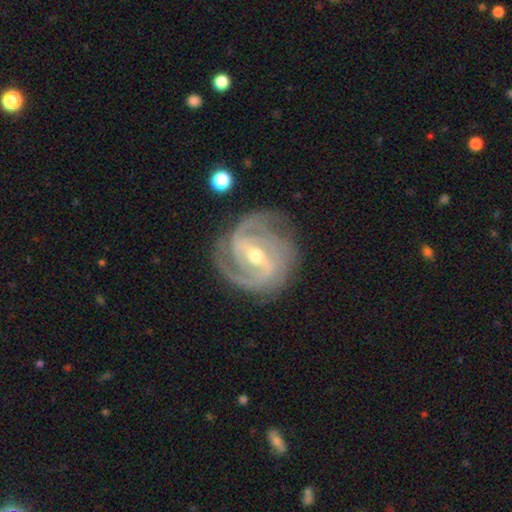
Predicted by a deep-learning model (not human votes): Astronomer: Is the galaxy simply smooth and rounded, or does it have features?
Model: featured or disk — 92%.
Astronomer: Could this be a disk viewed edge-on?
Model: no — 97%.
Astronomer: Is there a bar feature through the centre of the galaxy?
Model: strong — 47% (runner-up: weak, 40%).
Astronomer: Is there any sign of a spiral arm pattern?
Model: yes — 98%.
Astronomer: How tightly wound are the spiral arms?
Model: tight — 56% (runner-up: medium, 38%).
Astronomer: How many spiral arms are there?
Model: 2 — 44% (runner-up: 3, 36%).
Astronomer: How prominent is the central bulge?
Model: moderate — 59% (runner-up: small, 37%).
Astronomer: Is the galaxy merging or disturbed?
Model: none — 76%.